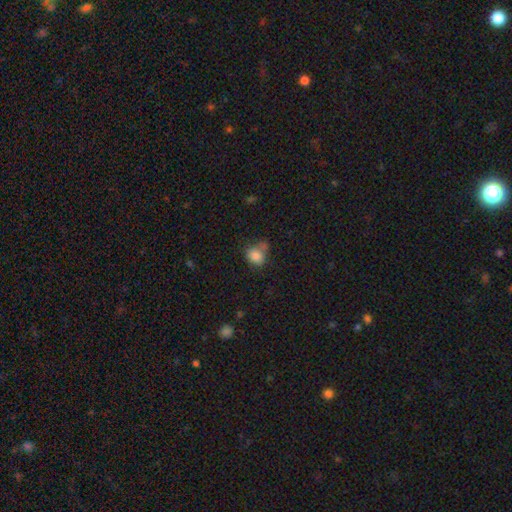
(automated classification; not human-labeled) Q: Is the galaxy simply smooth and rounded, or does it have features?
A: smooth — 82%.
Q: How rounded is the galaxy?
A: round — 59%.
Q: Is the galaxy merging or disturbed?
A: none — 48%.